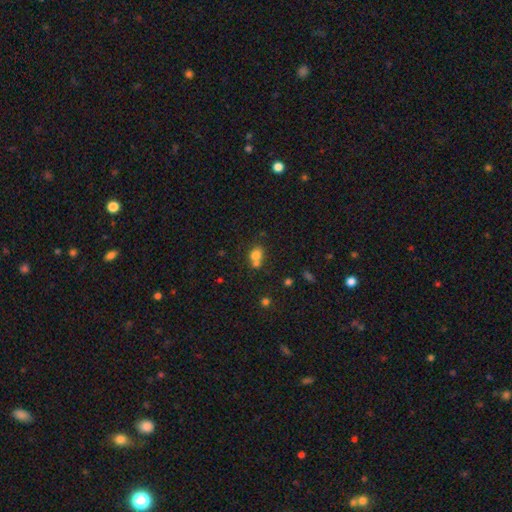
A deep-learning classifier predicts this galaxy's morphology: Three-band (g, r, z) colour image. It shows a smooth galaxy with no disk features (75%) that is round (51%). Merging: merger (48%).